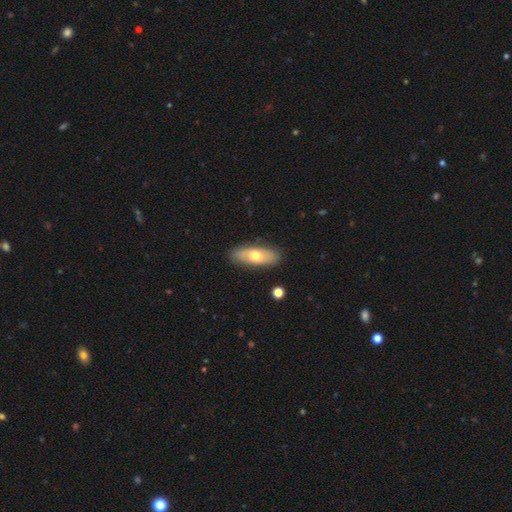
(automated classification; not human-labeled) smooth-or-featured: smooth: 61% | featured or disk: 33% | star or artifact: 6%
  how-rounded: in between: 69% | cigar-shaped: 28% | round: 3%
  merging: none: 86% | minor disturbance: 10% | major disturbance: 2% | merger: 1%